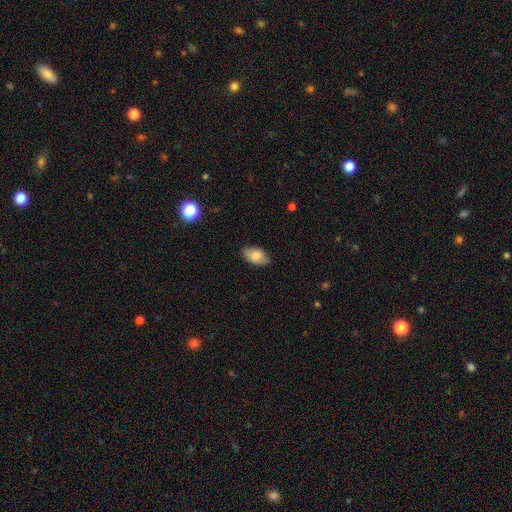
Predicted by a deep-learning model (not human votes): A smooth galaxy with no disk features (81%) that is in between round and cigar-shaped (92%).

Vote fractions:
- Smooth or featured? smooth: 81% / featured or disk: 12% / star or artifact: 7%
- How rounded? in between: 92% / round: 6% / cigar-shaped: 2%
- Merging? none: 81% / minor disturbance: 16% / major disturbance: 3% / merger: 1%